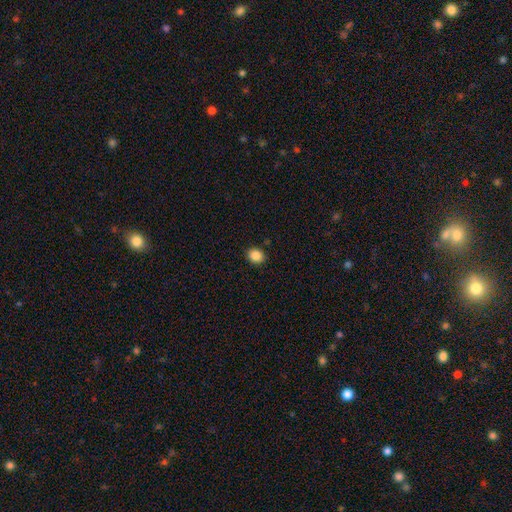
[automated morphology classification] type=smooth (86%); roundness=round (66%); merging=none (90%).